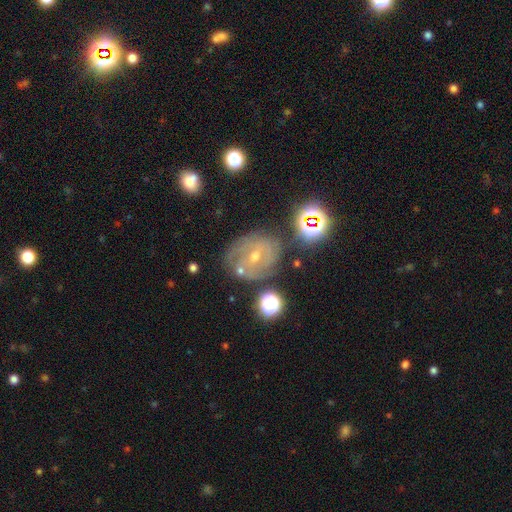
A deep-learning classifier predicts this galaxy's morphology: The model was most divided on "bar": weak: 46%, no: 36%, strong: 18%. Remaining: edge-on disk — no (96%); spiral arms — yes (84%); smooth or featured — featured or disk (71%); merging — none (66%); spiral winding — tight (60%); bulge size — small (56%); spiral arm count — can't tell (41%).